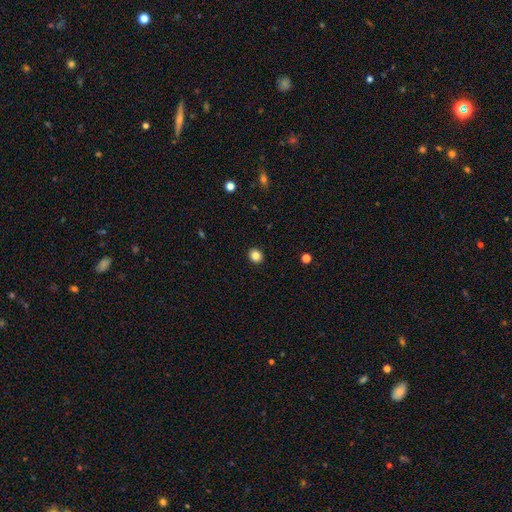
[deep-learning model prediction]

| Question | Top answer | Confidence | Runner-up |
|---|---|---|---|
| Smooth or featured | smooth | 84% | star or artifact (11%) |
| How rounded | round | 77% | in between (22%) |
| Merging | none | 92% | minor disturbance (5%) |